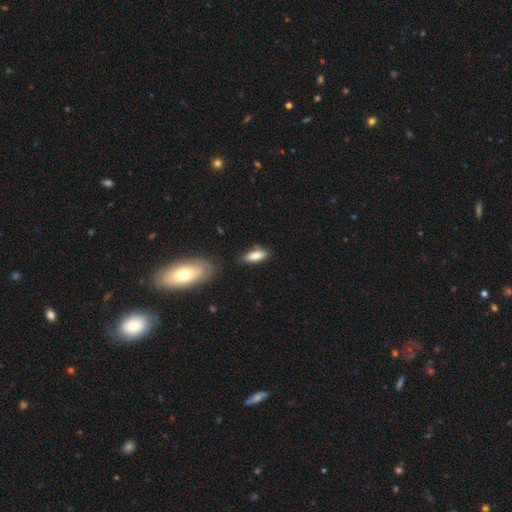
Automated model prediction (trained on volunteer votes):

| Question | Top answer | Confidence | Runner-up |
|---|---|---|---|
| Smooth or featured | smooth | 80% | featured or disk (13%) |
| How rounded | in between | 77% | cigar-shaped (20%) |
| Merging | none | 75% | minor disturbance (18%) |